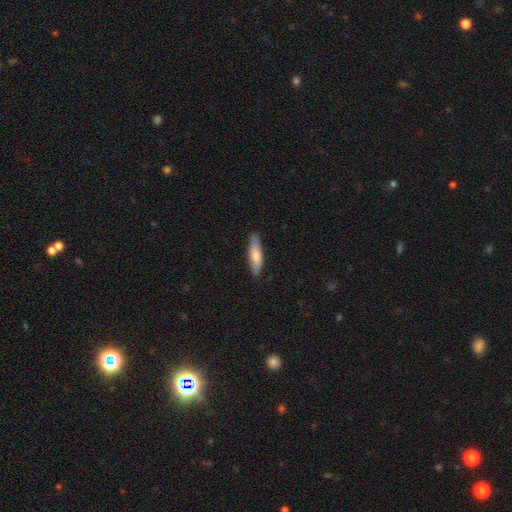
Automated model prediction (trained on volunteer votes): smooth 73%, featured or disk 21%, star or artifact 5%. Down the decision tree: how rounded — cigar-shaped (62%); merging — none (85%).